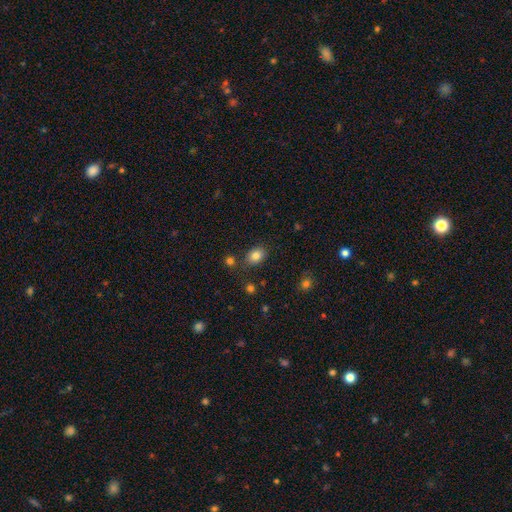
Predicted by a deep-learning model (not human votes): Smooth or featured? Predicted: smooth (p=0.82). How rounded? Predicted: in between (p=0.68). Merging? Predicted: none (p=0.81).